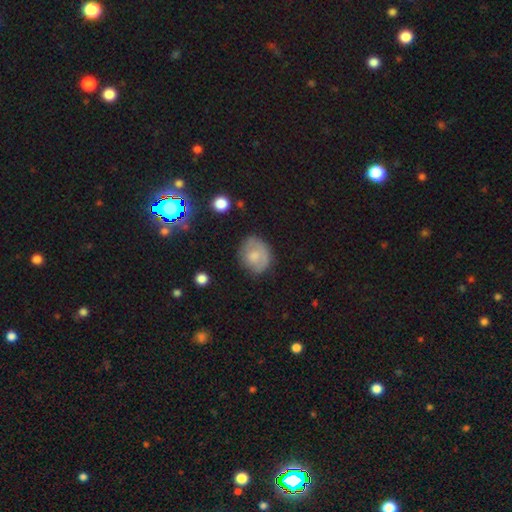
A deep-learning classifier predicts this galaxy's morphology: A smooth galaxy with no disk features (64%) that is round (64%).

Vote fractions:
- Smooth or featured? smooth: 64% / featured or disk: 28% / star or artifact: 8%
- How rounded? round: 64% / in between: 35% / cigar-shaped: 1%
- Merging? none: 64% / minor disturbance: 25% / major disturbance: 8% / merger: 2%